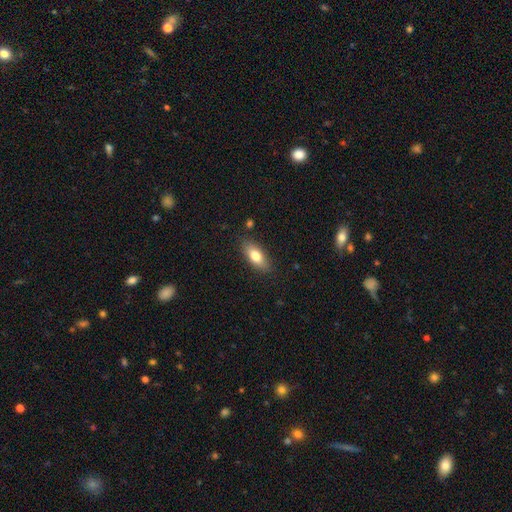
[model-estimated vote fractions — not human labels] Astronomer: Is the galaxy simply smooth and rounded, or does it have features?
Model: smooth — 75%.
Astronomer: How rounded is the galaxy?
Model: in between — 80%.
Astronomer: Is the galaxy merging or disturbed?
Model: none — 85%.